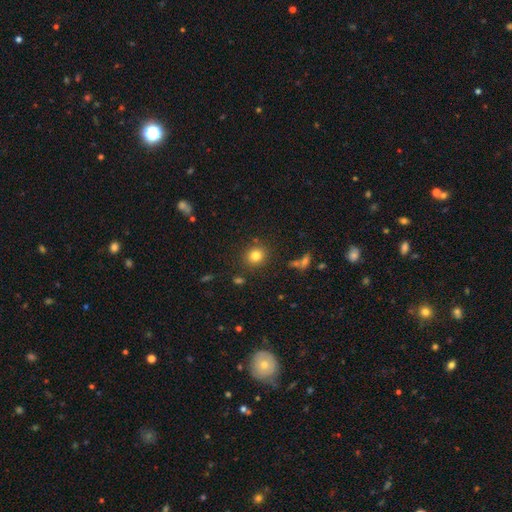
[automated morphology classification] This appears to be a smooth galaxy with no disk features (80%) that is round (82%). Merging: none (86%).